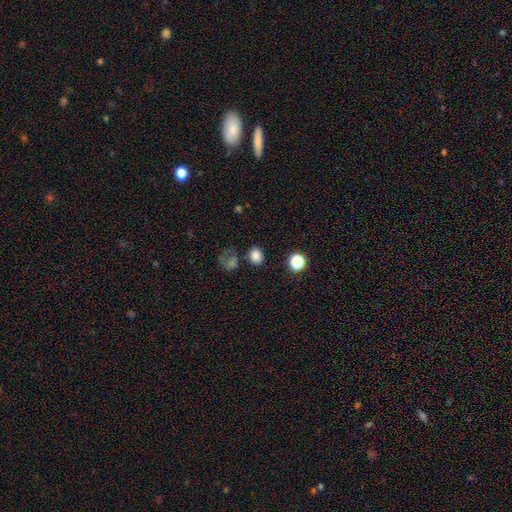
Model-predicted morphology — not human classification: This appears to be a smooth galaxy with no disk features (82%) that is round (51%). Merging: none (80%).